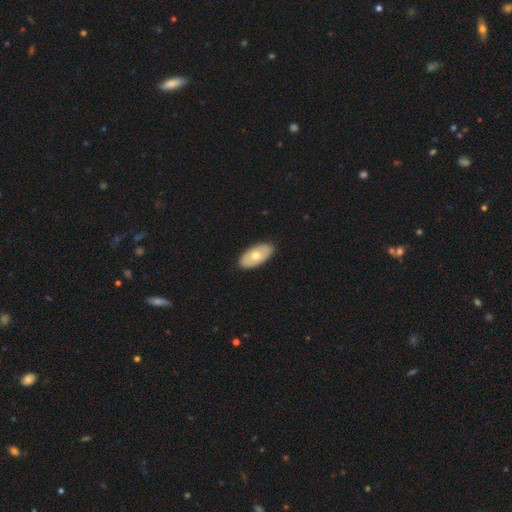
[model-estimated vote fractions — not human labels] smooth_or_featured: smooth (p=0.60) [alt: featured or disk p=0.34]
how_rounded: in between (p=0.94) [alt: cigar-shaped p=0.03]
merging: none (p=0.89) [alt: minor disturbance p=0.08]